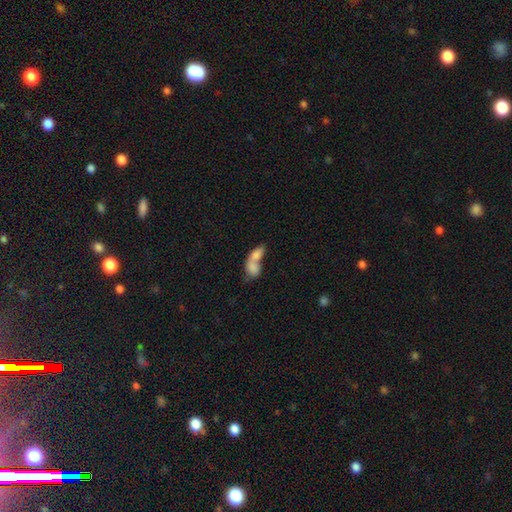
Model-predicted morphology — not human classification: Overall: smooth (75%). How rounded: in between (83%). Merging: merger (77%).